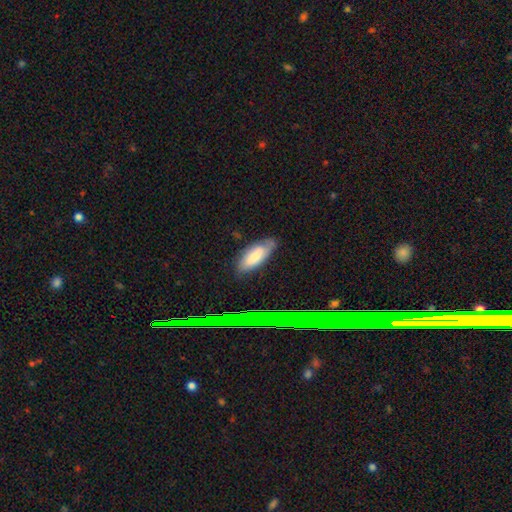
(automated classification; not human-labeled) Overall: smooth (68%). How rounded: in between (78%). Merging: none (71%).